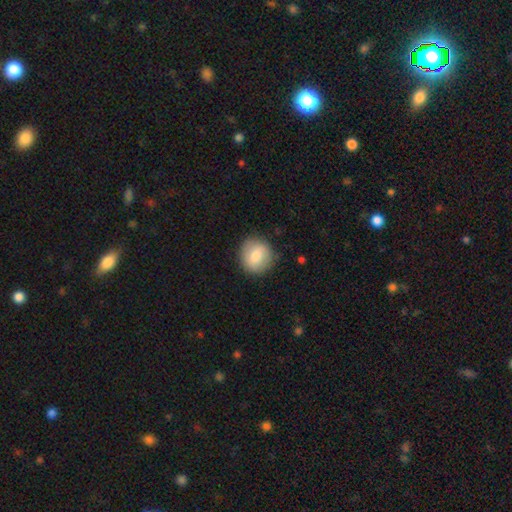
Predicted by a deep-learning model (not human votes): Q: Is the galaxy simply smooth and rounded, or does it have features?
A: smooth — 75%.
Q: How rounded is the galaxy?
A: round — 88%.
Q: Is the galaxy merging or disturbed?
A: none — 86%.